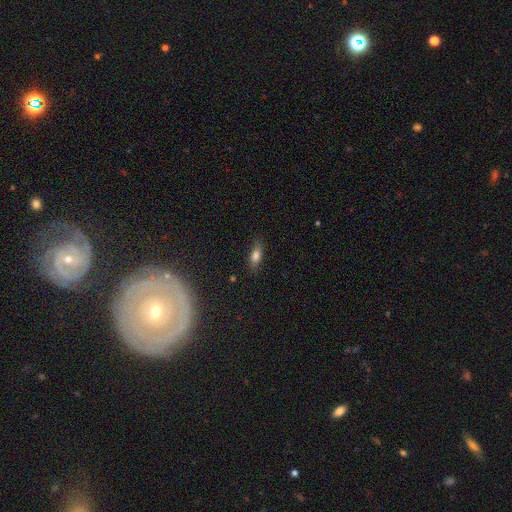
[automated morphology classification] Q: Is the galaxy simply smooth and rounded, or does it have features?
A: smooth — 73%.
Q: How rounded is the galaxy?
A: in between — 69%.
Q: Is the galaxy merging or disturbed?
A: none — 77%.